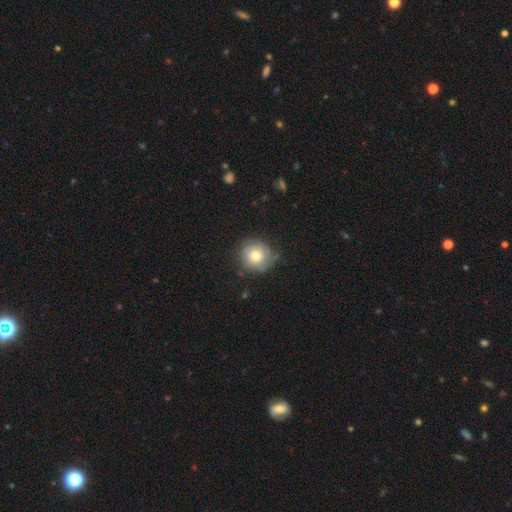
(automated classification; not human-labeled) This appears to be a smooth galaxy with no disk features (64%) that is round (91%). Merging: none (71%).